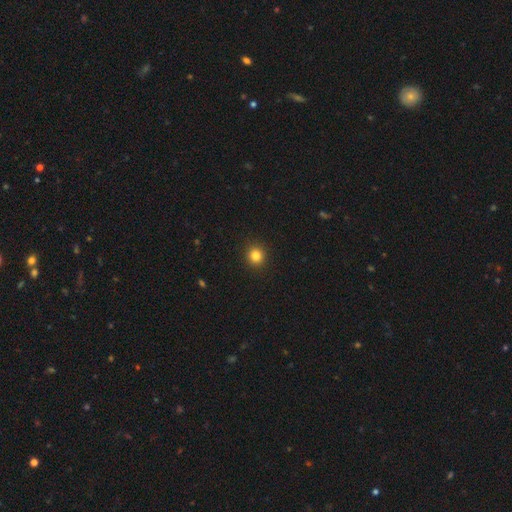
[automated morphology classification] Smooth or featured?
  - smooth: 83% *
  - star or artifact: 12%
  - featured or disk: 5%
How rounded?
  - round: 90% *
  - in between: 9%
  - cigar-shaped: 1%
Merging?
  - none: 92% *
  - minor disturbance: 5%
  - major disturbance: 2%
  - merger: 1%